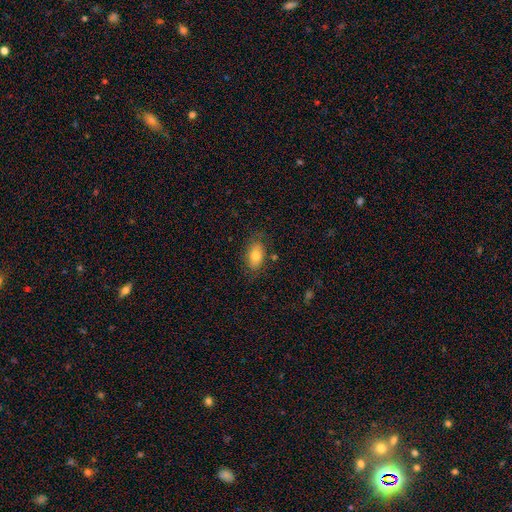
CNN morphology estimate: The model was most divided on "smooth or featured": smooth: 77%, featured or disk: 15%, star or artifact: 8%. More confident: how rounded — in between (89%); merging — none (78%).